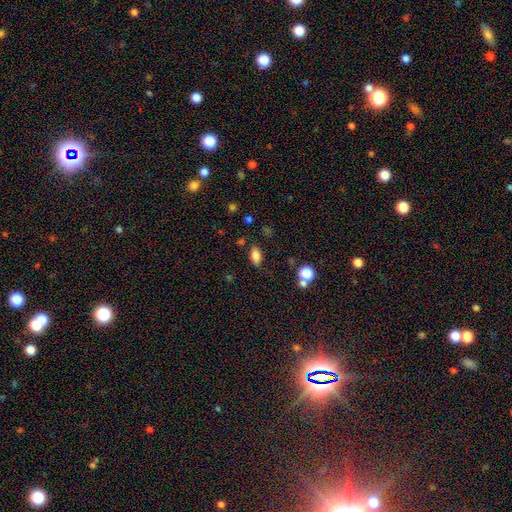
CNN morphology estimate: smooth-or-featured: smooth: 80% | star or artifact: 10% | featured or disk: 9%
  how-rounded: in between: 87% | round: 7% | cigar-shaped: 5%
  merging: none: 80% | minor disturbance: 13% | merger: 4% | major disturbance: 3%